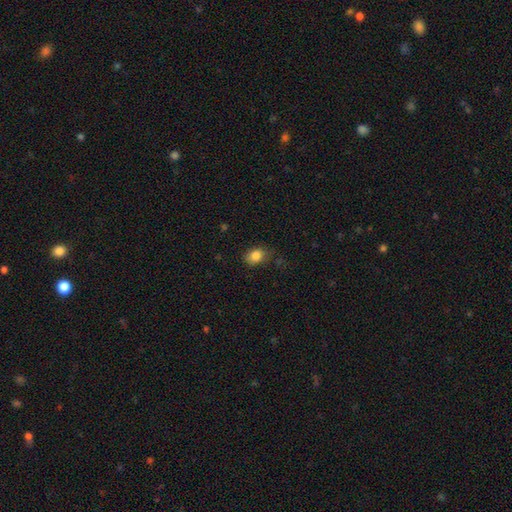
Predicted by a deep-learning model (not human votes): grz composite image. It shows a smooth galaxy with no disk features (84%) that is in between round and cigar-shaped (61%). Merging: none (74%).